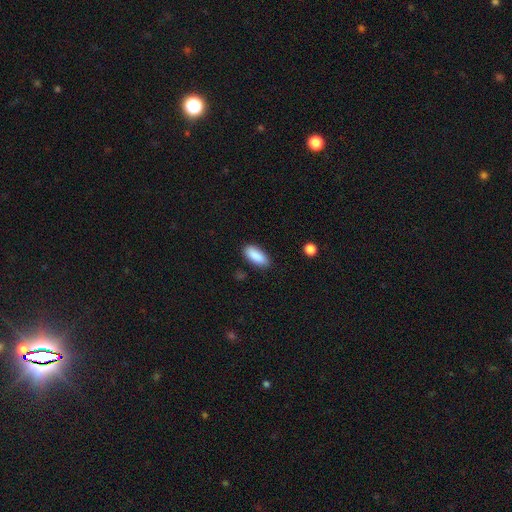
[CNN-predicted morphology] This is clearly a smooth galaxy (89%). How rounded: clearly in between (81%). Merging: clearly none (85%).